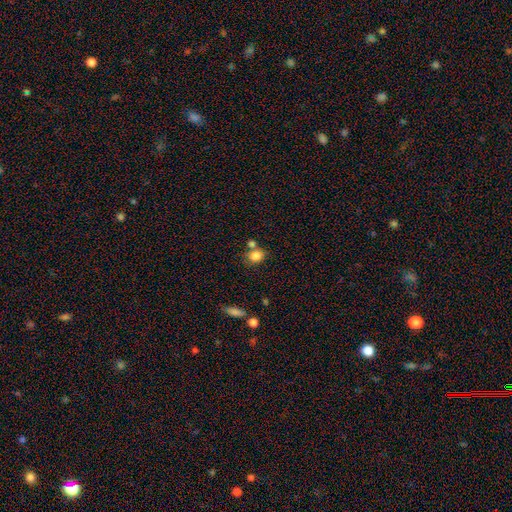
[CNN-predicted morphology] This is clearly a smooth galaxy (83%). How rounded: possibly round (59%). Merging: possibly none (57%).